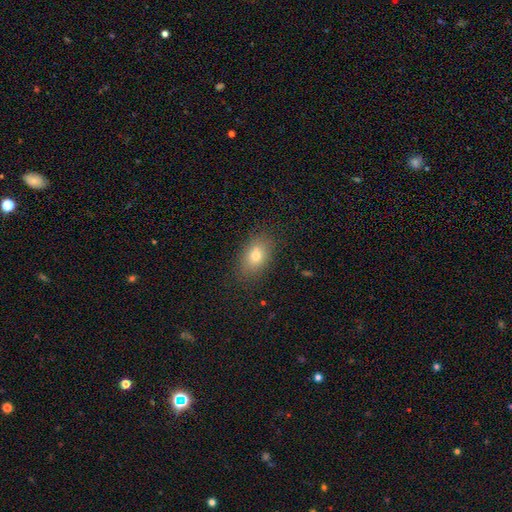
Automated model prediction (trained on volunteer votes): Smooth or featured? Predicted: smooth (p=0.73). How rounded? Predicted: in between (p=0.81). Merging? Predicted: none (p=0.81).